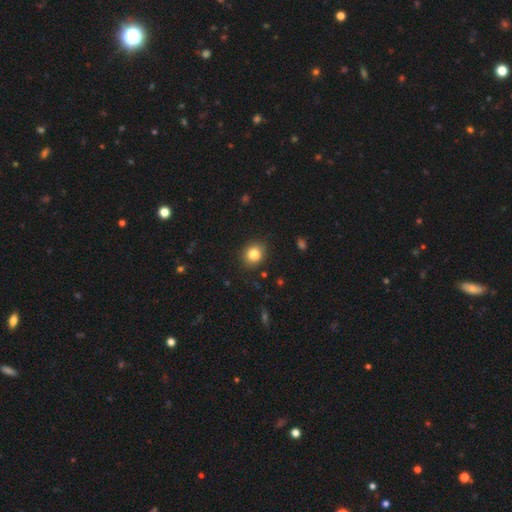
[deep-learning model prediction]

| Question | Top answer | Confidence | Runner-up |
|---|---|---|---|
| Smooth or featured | smooth | 83% | star or artifact (10%) |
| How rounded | round | 68% | in between (31%) |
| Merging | none | 86% | minor disturbance (10%) |